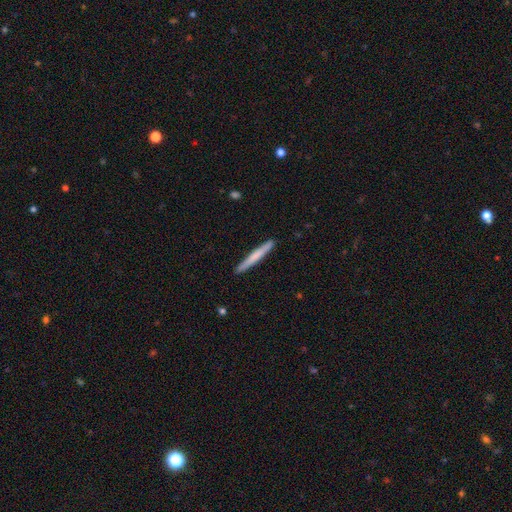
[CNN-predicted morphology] A smooth galaxy with no disk features (62%) that is cigar-shaped (97%). Merging: none (91%).